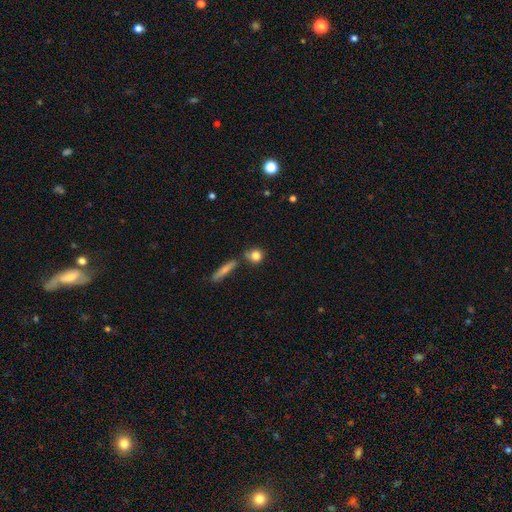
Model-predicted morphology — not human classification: A smooth galaxy with no disk features (80%) that is round (73%).

Vote fractions:
- Smooth or featured? smooth: 80% / featured or disk: 10% / star or artifact: 10%
- How rounded? round: 73% / in between: 18% / cigar-shaped: 9%
- Merging? none: 65% / minor disturbance: 15% / merger: 14% / major disturbance: 5%